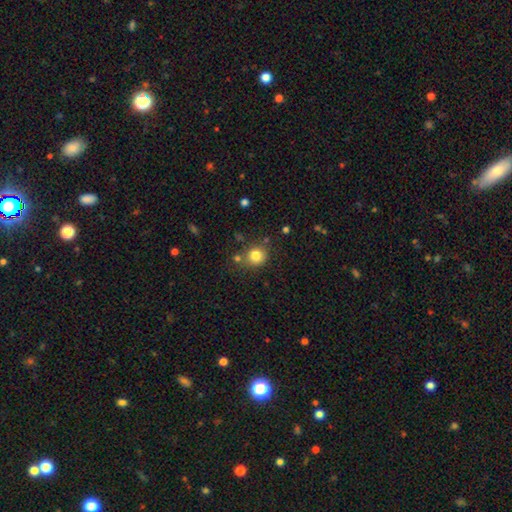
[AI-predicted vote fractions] smooth_or_featured: smooth (p=0.81) [alt: star or artifact p=0.12]
how_rounded: round (p=0.82) [alt: in between p=0.17]
merging: none (p=0.73) [alt: minor disturbance p=0.13]